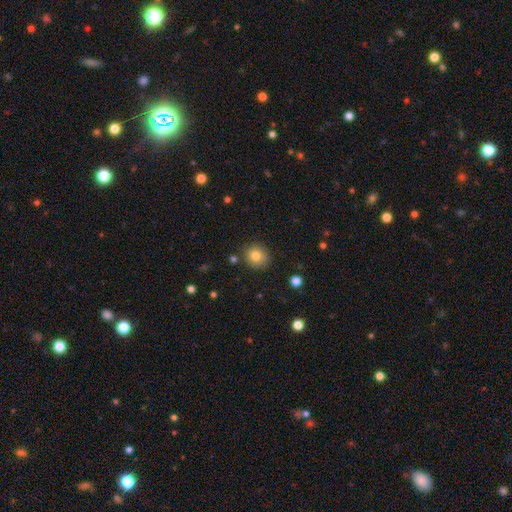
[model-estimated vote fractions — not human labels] A smooth galaxy with no disk features (81%) that is round (86%). Merging: none (87%).